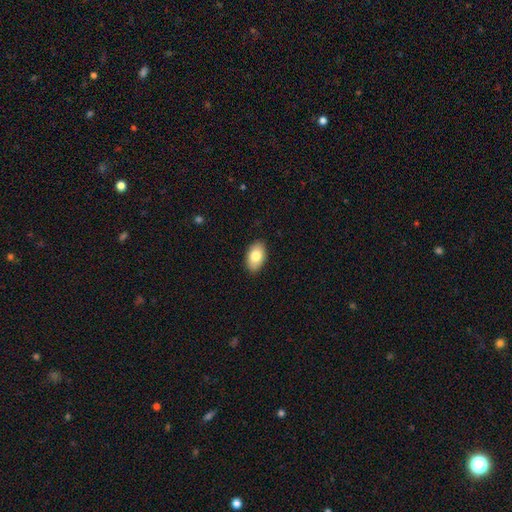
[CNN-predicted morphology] Q: Smooth or featured?
A: smooth (80%); runner-up: featured or disk (13%)
Q: How rounded?
A: in between (92%); runner-up: round (7%)
Q: Merging?
A: none (88%); runner-up: minor disturbance (9%)